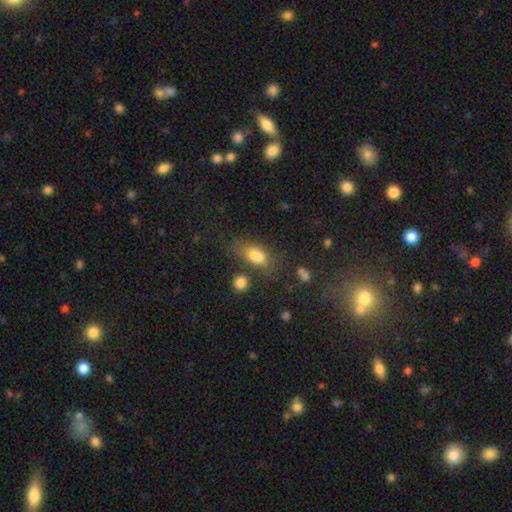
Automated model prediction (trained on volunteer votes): Smooth or featured? Predicted: smooth (p=0.78). How rounded? Predicted: in between (p=0.80). Merging? Predicted: none (p=0.51).